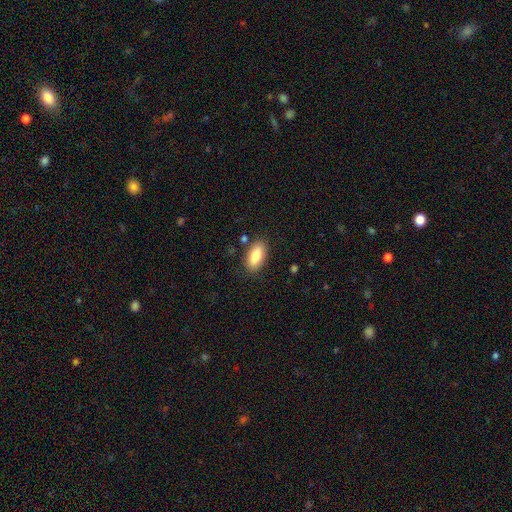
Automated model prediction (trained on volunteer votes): Smooth or featured? Predicted: smooth (p=0.84). How rounded? Predicted: in between (p=0.89). Merging? Predicted: none (p=0.84).